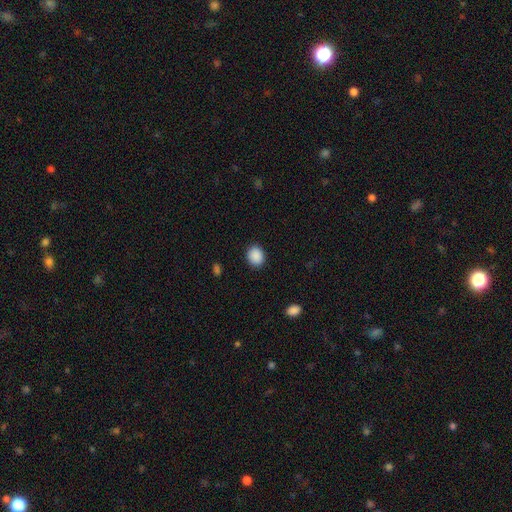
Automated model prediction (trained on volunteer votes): smooth-or-featured: smooth: 90% | star or artifact: 8% | featured or disk: 3%
  how-rounded: round: 61% | in between: 38% | cigar-shaped: 1%
  merging: none: 89% | minor disturbance: 7% | major disturbance: 2% | merger: 1%